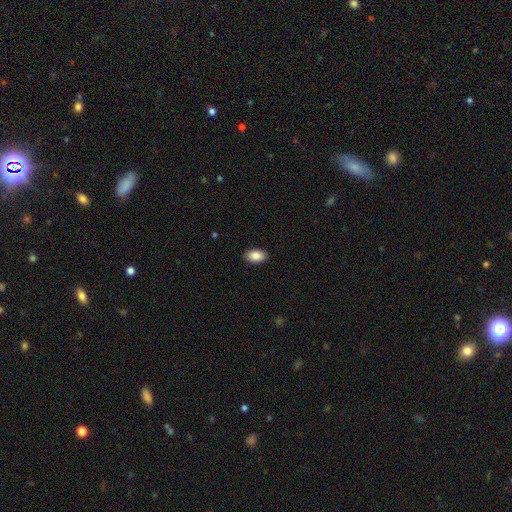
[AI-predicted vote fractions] The model was most divided on "merging": none: 89%, minor disturbance: 8%, major disturbance: 2%, merger: 1%. More confident: how rounded — in between (91%); smooth or featured — smooth (88%).